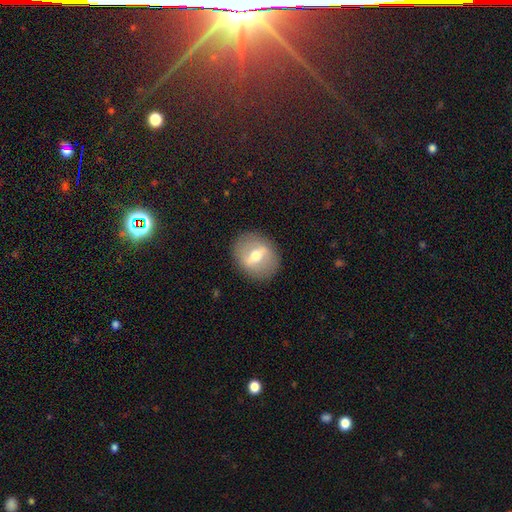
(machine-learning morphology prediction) type=featured or disk (60%); edge-on=no (81%); merging=none (87%).